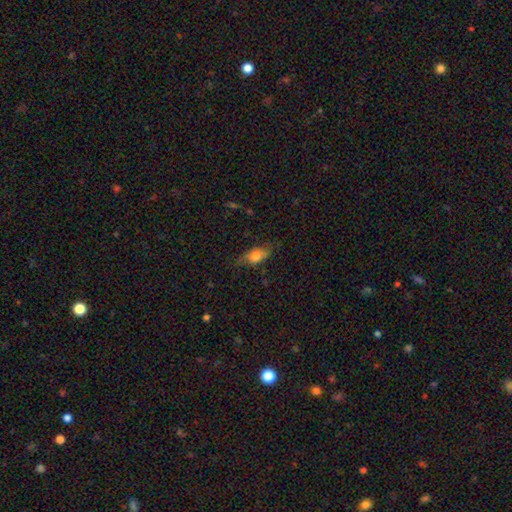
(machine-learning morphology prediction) A smooth galaxy with no disk features (69%) that is in between round and cigar-shaped (76%). Merging: none (70%).